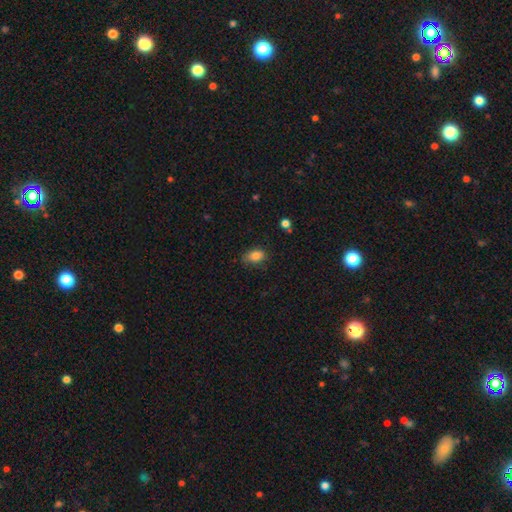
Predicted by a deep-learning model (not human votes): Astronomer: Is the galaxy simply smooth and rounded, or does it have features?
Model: smooth — 84%.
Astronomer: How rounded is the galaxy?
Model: in between — 80%.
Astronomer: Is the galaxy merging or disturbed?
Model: none — 69%.